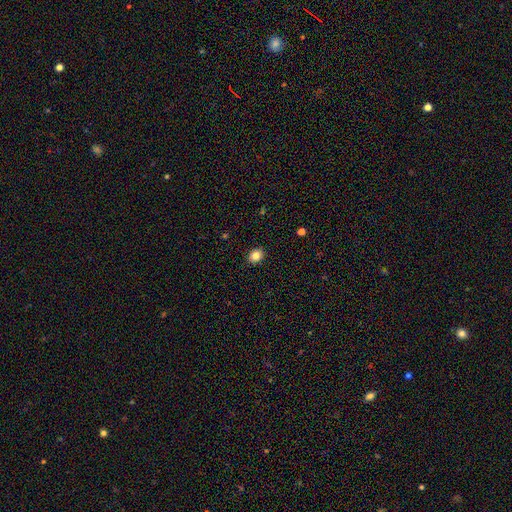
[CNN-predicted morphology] Smooth or featured?
  - smooth: 85% *
  - star or artifact: 10%
  - featured or disk: 5%
How rounded?
  - round: 52% *
  - in between: 48%
  - cigar-shaped: 1%
Merging?
  - none: 90% *
  - minor disturbance: 7%
  - major disturbance: 2%
  - merger: 1%